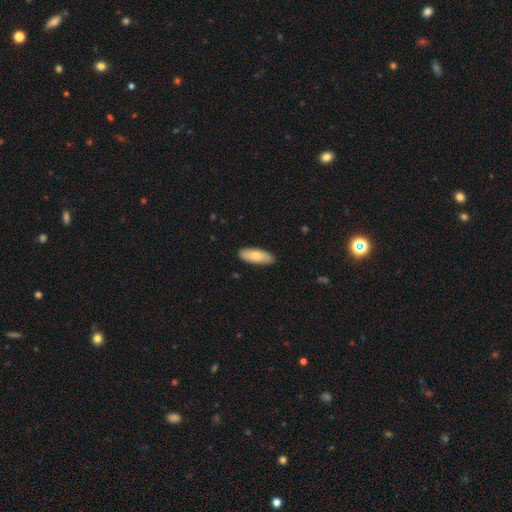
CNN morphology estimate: Overall: smooth (77%). How rounded: in between (67%; cigar-shaped 31%). Merging: none (89%).